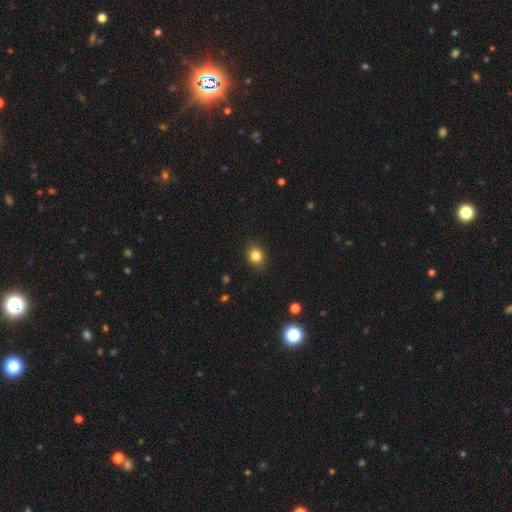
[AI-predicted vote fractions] smooth-or-featured: smooth: 82% | star or artifact: 11% | featured or disk: 6%
  how-rounded: round: 63% | in between: 36% | cigar-shaped: 1%
  merging: none: 86% | minor disturbance: 11% | major disturbance: 2% | merger: 1%